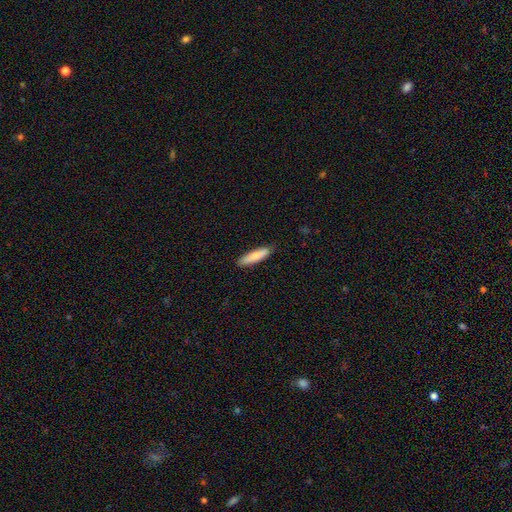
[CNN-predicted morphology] smooth-or-featured: smooth: 78% | featured or disk: 16% | star or artifact: 6%
  how-rounded: cigar-shaped: 73% | in between: 25% | round: 2%
  merging: none: 86% | minor disturbance: 11% | major disturbance: 2% | merger: 1%